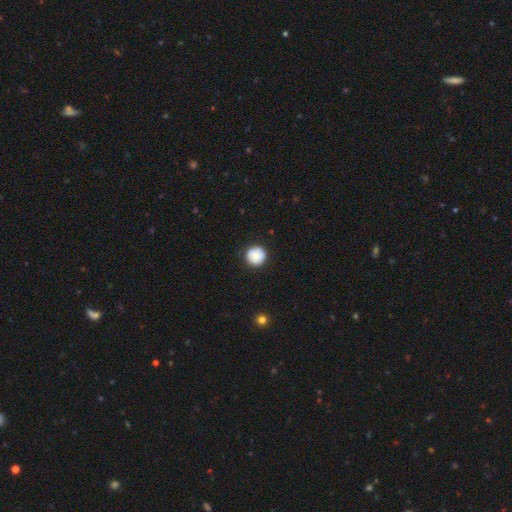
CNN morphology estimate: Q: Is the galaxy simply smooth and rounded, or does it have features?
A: smooth — 76%.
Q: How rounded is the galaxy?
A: round — 95%.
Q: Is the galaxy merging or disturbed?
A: none — 84%.